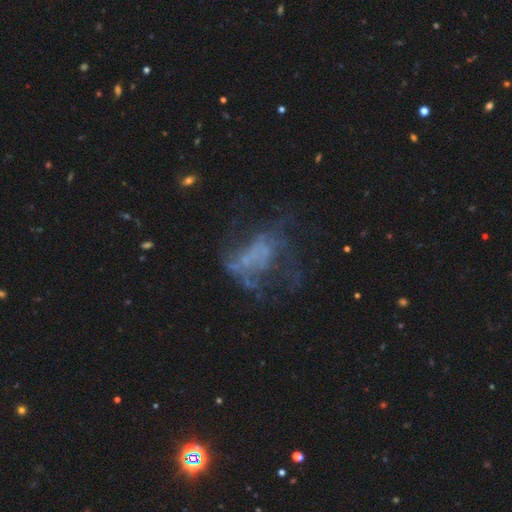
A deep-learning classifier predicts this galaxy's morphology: Smooth or featured? Predicted: featured or disk (p=0.57). Edge-on disk? Predicted: no (p=0.97). Bar? Predicted: no (p=0.85). Spiral arms? Predicted: no (p=0.80). Bulge size? Predicted: none (p=0.75). Merging? Predicted: major disturbance (p=0.44).